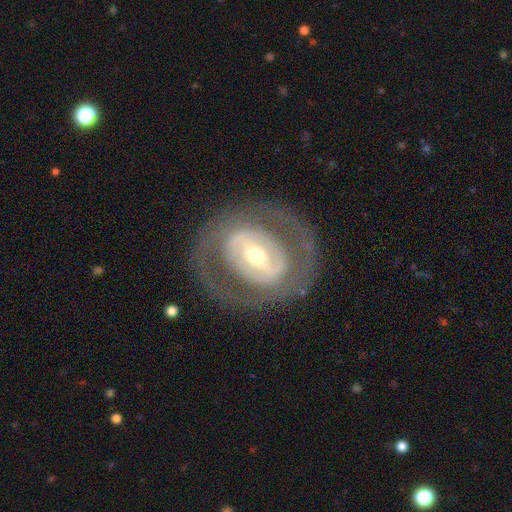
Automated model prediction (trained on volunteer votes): Overall: featured or disk (76%). Edge-on disk: no (94%). Bar: strong (43%; weak 32%). Spiral arms: no (61%; yes 39%). Bulge size: moderate (55%; small 37%). Merging: none (78%).